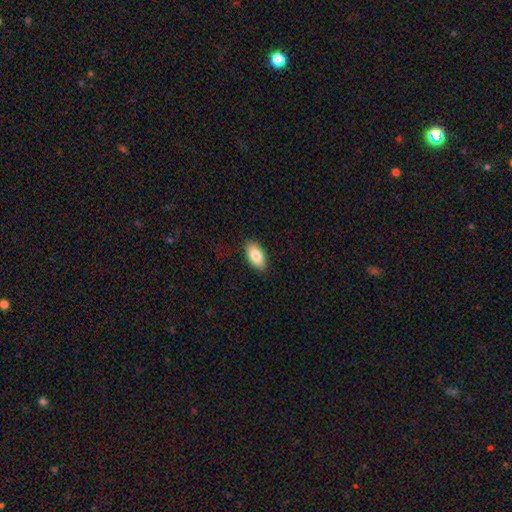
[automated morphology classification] Q: Smooth or featured?
A: smooth (83%); runner-up: featured or disk (10%)
Q: How rounded?
A: in between (94%); runner-up: cigar-shaped (3%)
Q: Merging?
A: none (88%); runner-up: minor disturbance (9%)